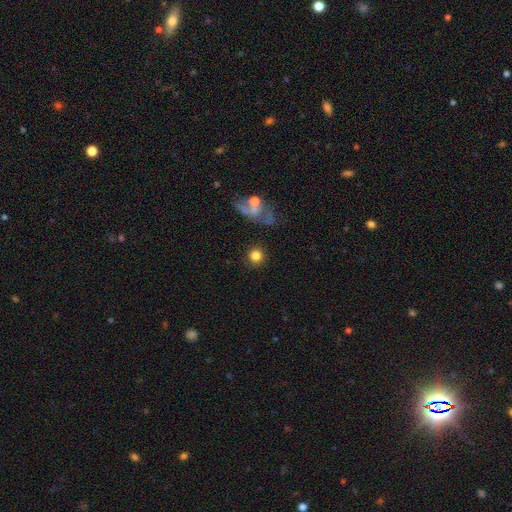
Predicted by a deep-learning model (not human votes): smooth 80%, star or artifact 11%, featured or disk 8%. Down the decision tree: how rounded — round (94%); merging — none (86%).